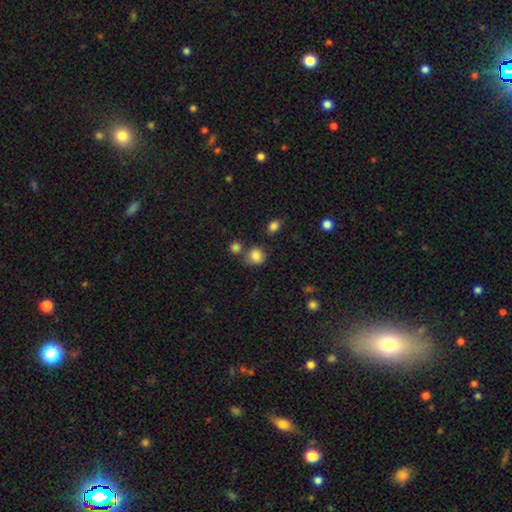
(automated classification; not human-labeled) smooth 84%, star or artifact 11%, featured or disk 6%. Down the decision tree: how rounded — round (78%); merging — none (66%).